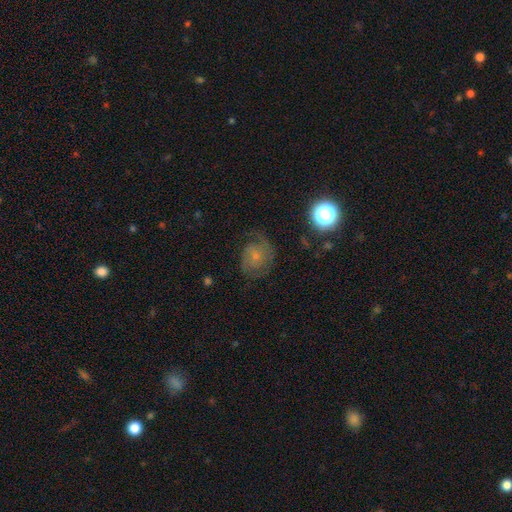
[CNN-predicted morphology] featured or disk 58%, smooth 30%, star or artifact 12%. Down the decision tree: edge-on disk — no (97%); bar — no (73%); spiral arms — yes (85%); bulge size — small (66%); merging — none (57%).